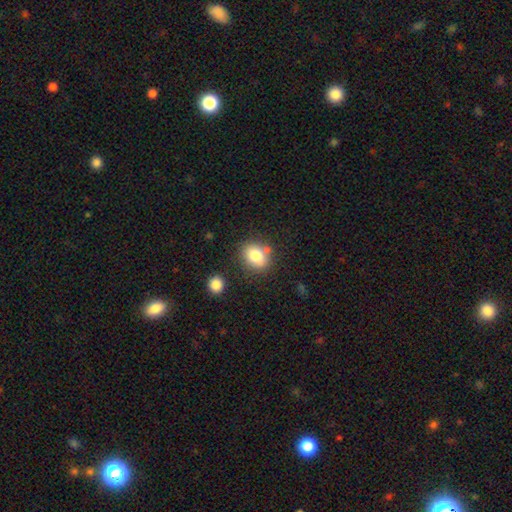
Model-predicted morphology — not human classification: smooth 79%, featured or disk 11%, star or artifact 10%. Down the decision tree: how rounded — round (53%); merging — none (72%).